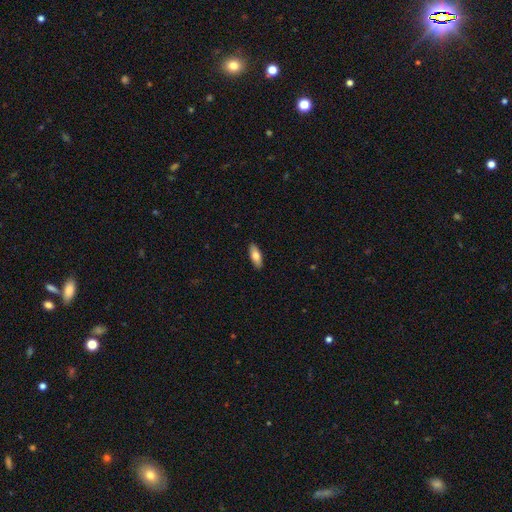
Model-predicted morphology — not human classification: Q: Smooth or featured?
A: smooth (75%); runner-up: featured or disk (19%)
Q: How rounded?
A: in between (73%); runner-up: cigar-shaped (25%)
Q: Merging?
A: none (90%); runner-up: minor disturbance (7%)